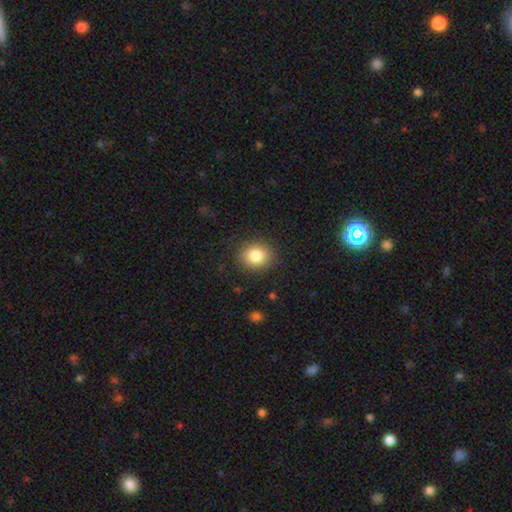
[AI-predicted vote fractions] Q: Smooth or featured?
A: smooth (83%); runner-up: star or artifact (10%)
Q: How rounded?
A: round (70%); runner-up: in between (29%)
Q: Merging?
A: none (88%); runner-up: minor disturbance (8%)